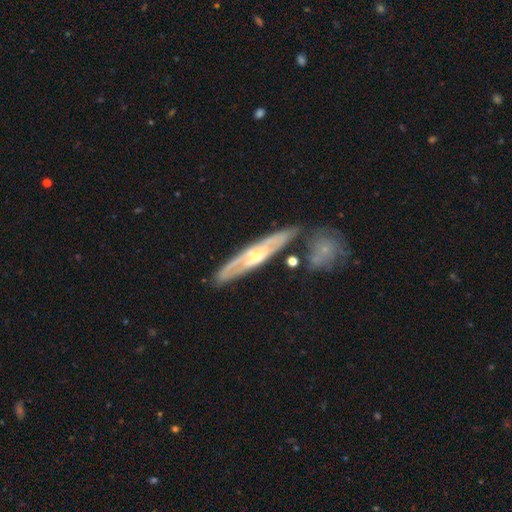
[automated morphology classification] Overall: featured or disk (75%). Edge-on disk: yes (58%; no 42%). Merging: none (74%).